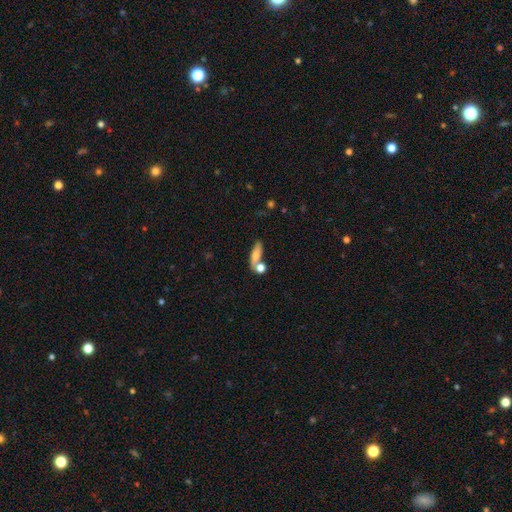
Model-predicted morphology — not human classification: smooth 70%, featured or disk 21%, star or artifact 9%. Down the decision tree: how rounded — in between (51%); merging — none (51%).